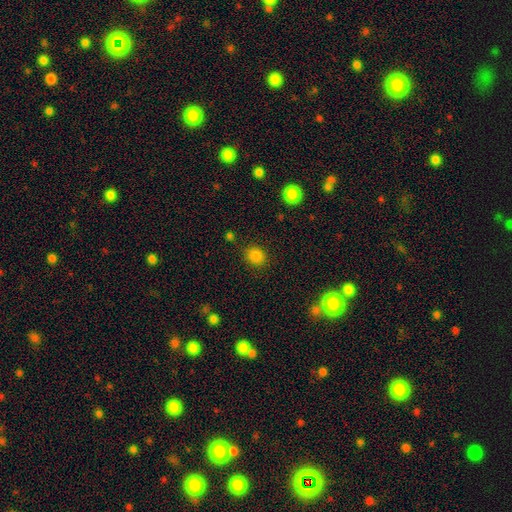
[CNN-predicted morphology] Smooth or featured?
  - smooth: 84% *
  - star or artifact: 12%
  - featured or disk: 4%
How rounded?
  - round: 75% *
  - in between: 24%
  - cigar-shaped: 1%
Merging?
  - none: 86% *
  - minor disturbance: 9%
  - major disturbance: 3%
  - merger: 2%